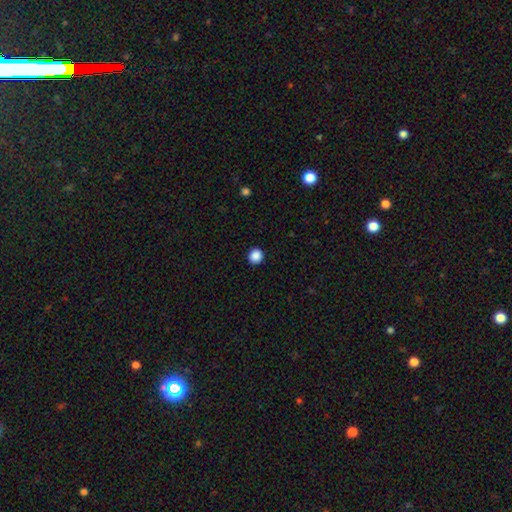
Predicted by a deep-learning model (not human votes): This appears to be a smooth galaxy with no disk features (88%) that is round (91%). Merging: none (93%).